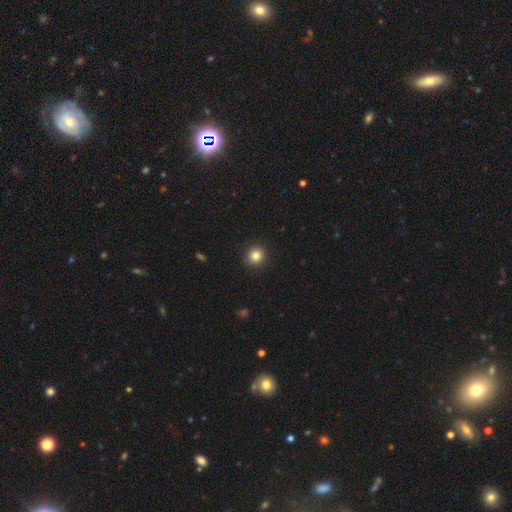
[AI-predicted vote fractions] The model was most divided on "smooth or featured": smooth: 83%, star or artifact: 11%, featured or disk: 6%. More confident: how rounded — round (93%); merging — none (92%).